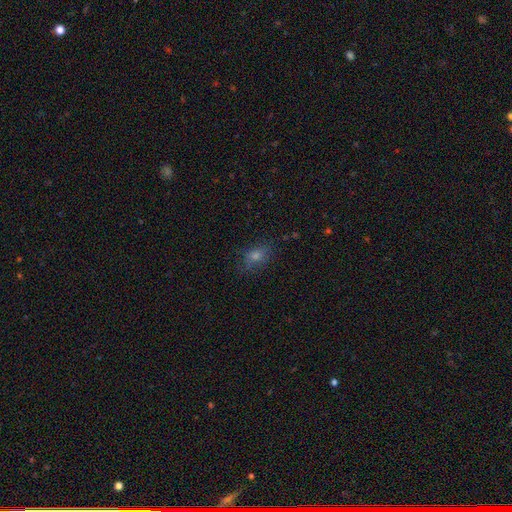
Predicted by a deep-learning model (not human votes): Overall: smooth (55%; star or artifact 25%). How rounded: in between (63%; round 34%). Merging: none (75%).